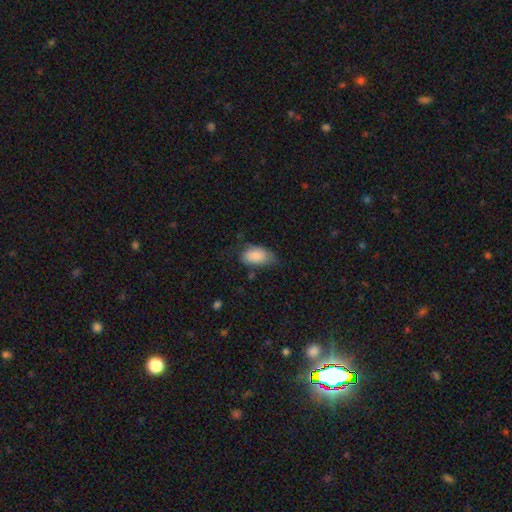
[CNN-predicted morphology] Overall: smooth (84%). How rounded: in between (93%). Merging: none (46%; minor disturbance 39%).